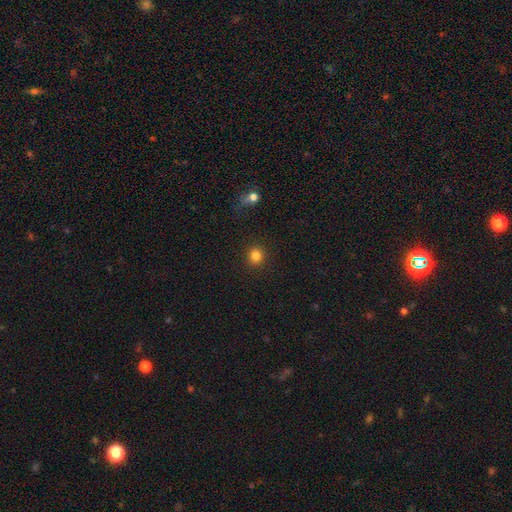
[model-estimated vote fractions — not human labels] Smooth or featured? smooth (82%)
How rounded? round (92%)
Merging? none (91%)